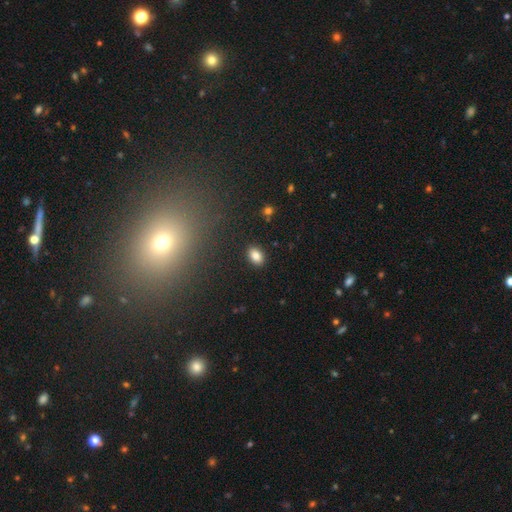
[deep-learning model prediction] Morphology: type=smooth (84%); roundness=in between (83%); merging=none (89%).